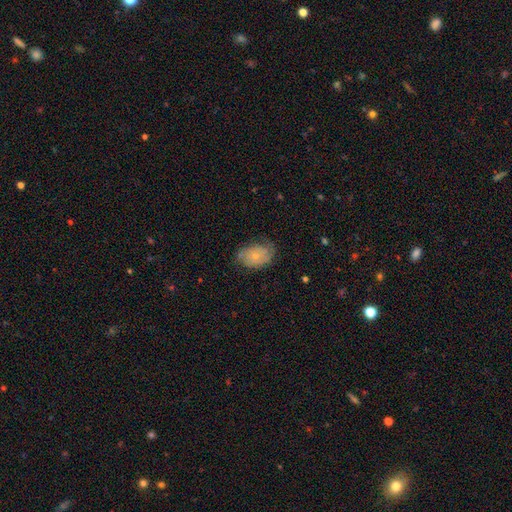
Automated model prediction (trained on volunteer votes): Smooth or featured: smooth — 52% (featured or disk — 41%)
How rounded: in between — 82% (round — 17%)
Merging: none — 62% (minor disturbance — 28%)